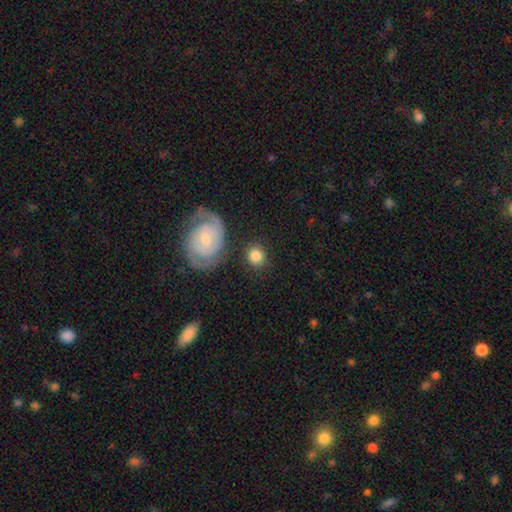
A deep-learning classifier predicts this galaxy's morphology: Smooth or featured? smooth (77%)
How rounded? round (85%)
Merging? none (79%)